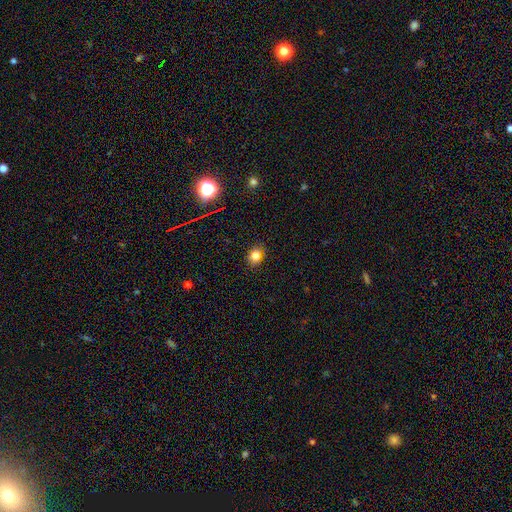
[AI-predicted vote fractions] Smooth or featured? Predicted: smooth (p=0.80). How rounded? Predicted: round (p=0.54). Merging? Predicted: none (p=0.87).